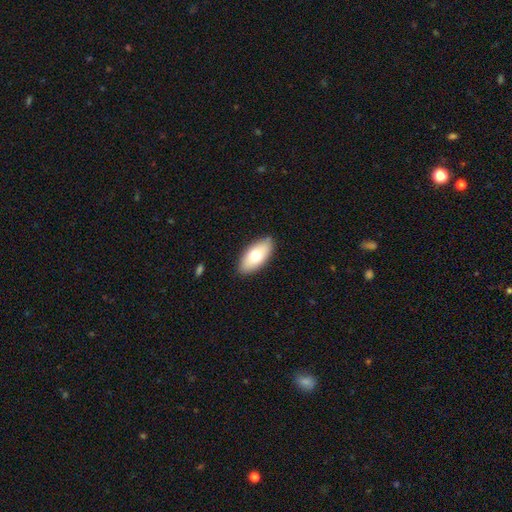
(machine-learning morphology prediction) smooth_or_featured: smooth (p=0.71) [alt: featured or disk p=0.23]
how_rounded: in between (p=0.91) [alt: cigar-shaped p=0.06]
merging: none (p=0.87) [alt: minor disturbance p=0.10]